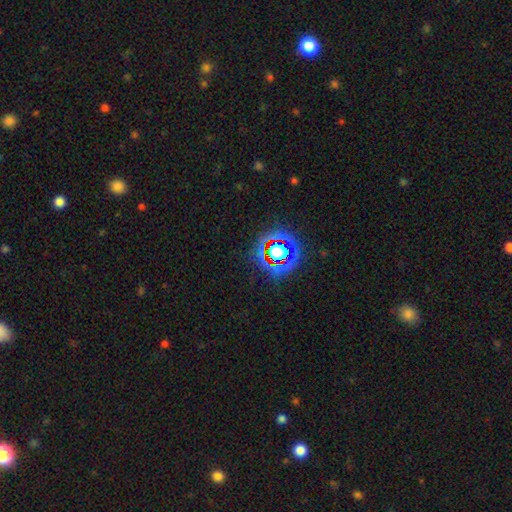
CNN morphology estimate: type=star or artifact (77%).